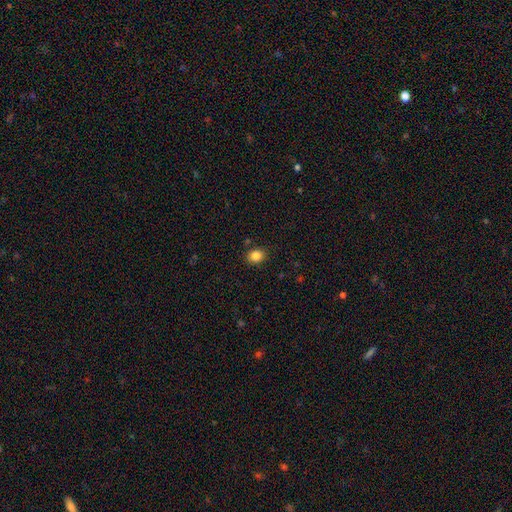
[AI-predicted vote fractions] smooth_or_featured: smooth (p=0.85) [alt: star or artifact p=0.10]
how_rounded: round (p=0.55) [alt: in between p=0.44]
merging: none (p=0.87) [alt: minor disturbance p=0.09]